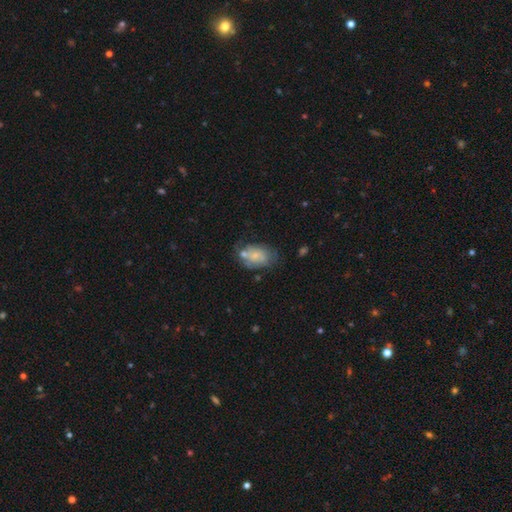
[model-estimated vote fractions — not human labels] smooth-or-featured: smooth: 52% | featured or disk: 39% | star or artifact: 9%
  how-rounded: in between: 83% | round: 15% | cigar-shaped: 2%
  merging: none: 43% | minor disturbance: 27% | major disturbance: 15% | merger: 15%